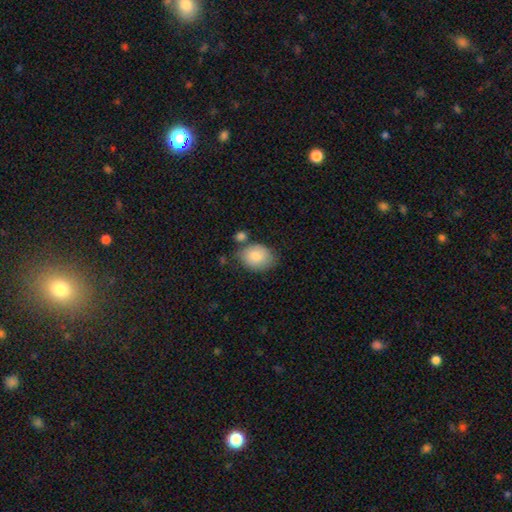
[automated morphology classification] type=smooth (81%); roundness=in between (63%); merging=none (66%).